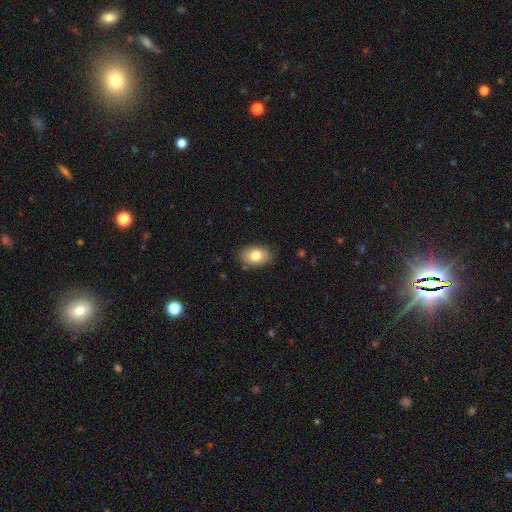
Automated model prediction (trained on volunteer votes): smooth_or_featured: smooth (p=0.79) [alt: featured or disk p=0.13]
how_rounded: in between (p=0.83) [alt: round p=0.16]
merging: none (p=0.84) [alt: minor disturbance p=0.12]